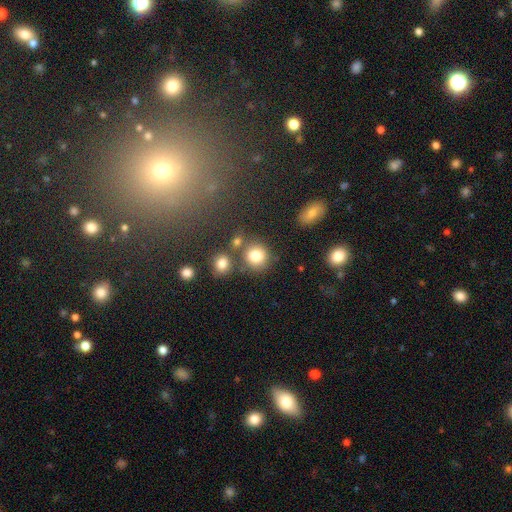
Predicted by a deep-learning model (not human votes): Smooth or featured: smooth — 79% (star or artifact — 12%)
How rounded: round — 86% (in between — 13%)
Merging: none — 68% (merger — 17%)